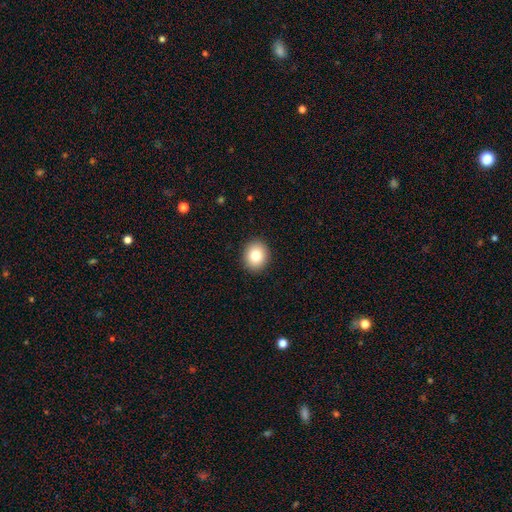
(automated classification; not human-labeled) Morphology: type=smooth (81%); roundness=round (73%); merging=none (92%).